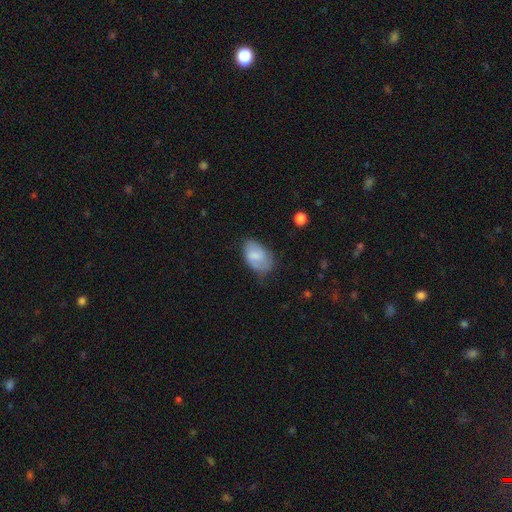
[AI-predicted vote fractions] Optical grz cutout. It shows a smooth galaxy with no disk features (69%) that is in between round and cigar-shaped (91%). Merging: none (59%).